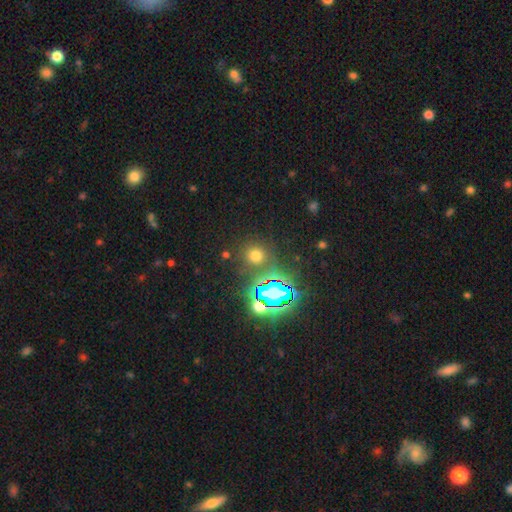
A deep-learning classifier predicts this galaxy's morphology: This appears to be a smooth galaxy with no disk features (55%) that is round (87%). Merging: none (82%).